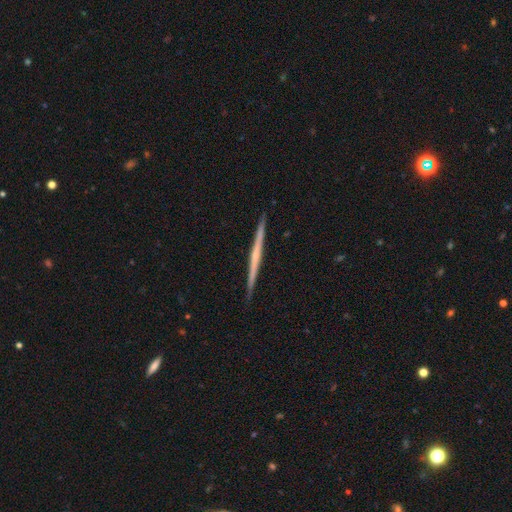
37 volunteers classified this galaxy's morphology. Smooth or featured? 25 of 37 (68%) said featured or disk. Edge-on disk? 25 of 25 (100%) said yes. Edge-on bulge? 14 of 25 (56%) said none. Merging? 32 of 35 (91%) said none.